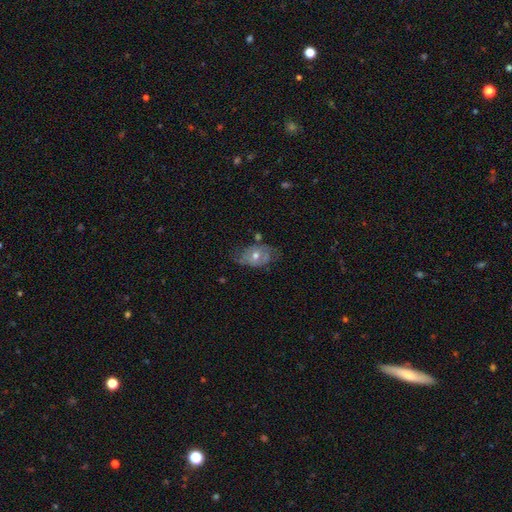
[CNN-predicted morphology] This is likely a featured or disk galaxy (68%). It is clearly not viewed edge-on (94%). Bar: likely no (75%). Spiral arm pattern: likely yes (75%). Central bulge: likely moderate (68%). Merging: likely none (61%).